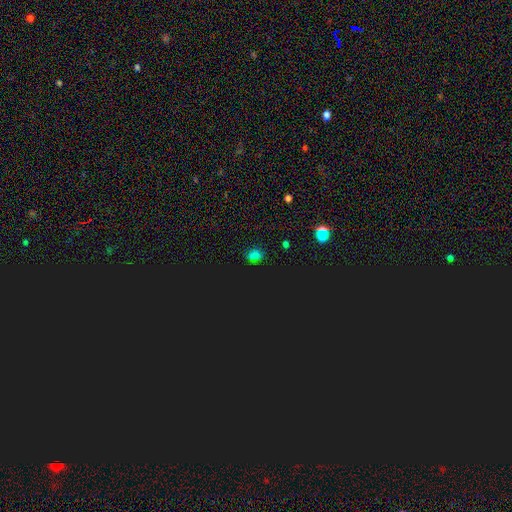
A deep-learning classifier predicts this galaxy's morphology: This is possibly a smooth galaxy (51%). How rounded: likely in between (62%). Merging: likely none (80%).